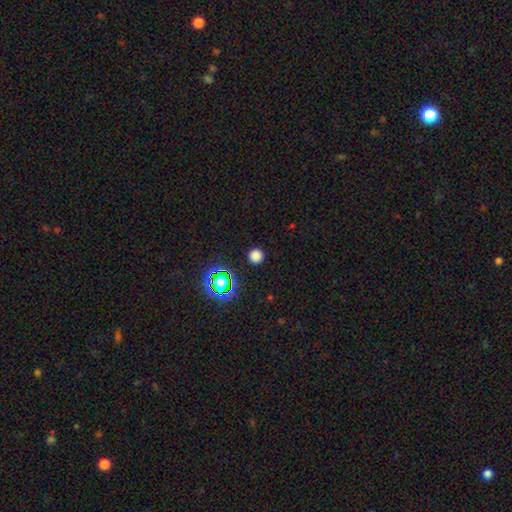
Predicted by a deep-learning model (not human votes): This appears to be a smooth galaxy with no disk features (75%) that is round (94%). Merging: none (91%).